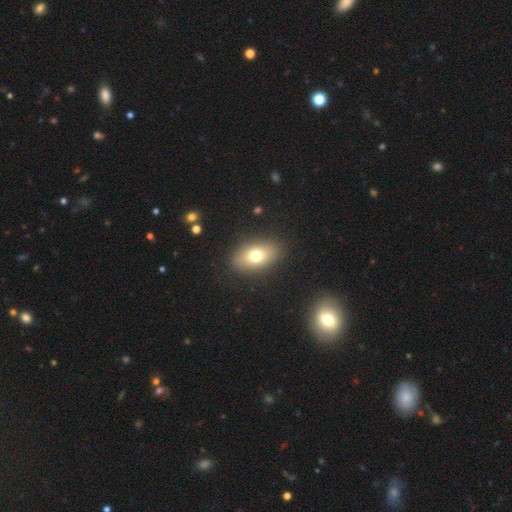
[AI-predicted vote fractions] Smooth or featured? Predicted: smooth (p=0.71). How rounded? Predicted: in between (p=0.86). Merging? Predicted: none (p=0.87).